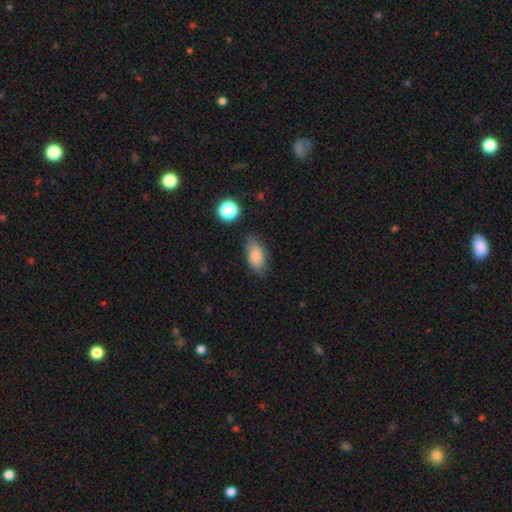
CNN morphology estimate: Q: Smooth or featured?
A: smooth (82%); runner-up: featured or disk (9%)
Q: How rounded?
A: in between (89%); runner-up: round (6%)
Q: Merging?
A: none (74%); runner-up: minor disturbance (19%)